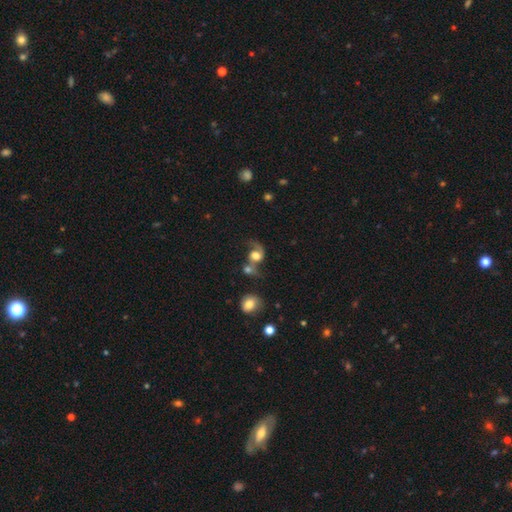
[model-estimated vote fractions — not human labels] The model was most divided on "bulge size": large: 46%, moderate: 33%, dominant: 10%, small: 7%, none: 4%. Remaining: edge-on disk — no (97%); spiral arms — yes (85%); bar — no (71%); smooth or featured — featured or disk (55%); merging — merger (41%).